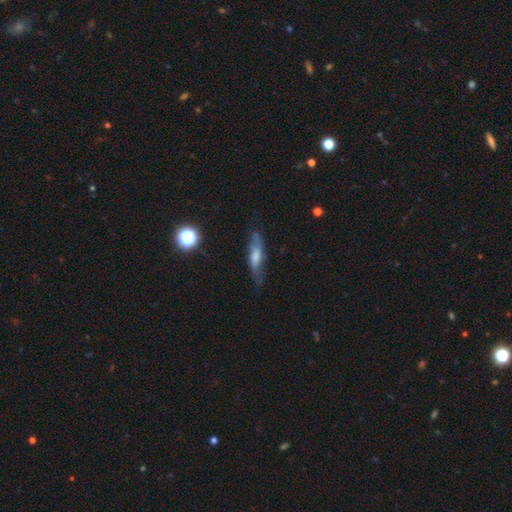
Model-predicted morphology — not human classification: Overall: smooth (53%; featured or disk 38%). How rounded: cigar-shaped (63%; in between 34%). Merging: none (64%; minor disturbance 24%).